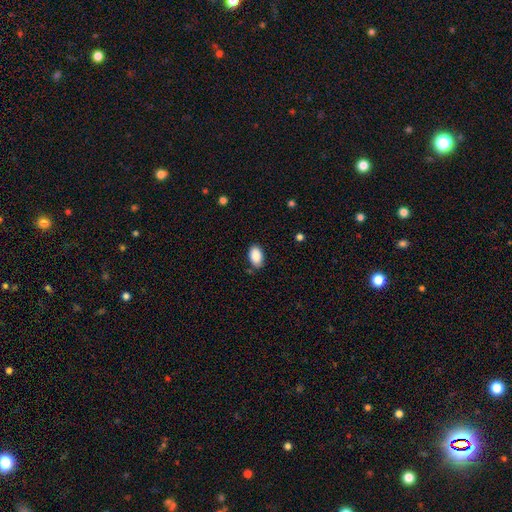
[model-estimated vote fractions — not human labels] Smooth or featured? smooth (90%)
How rounded? in between (93%)
Merging? none (82%)